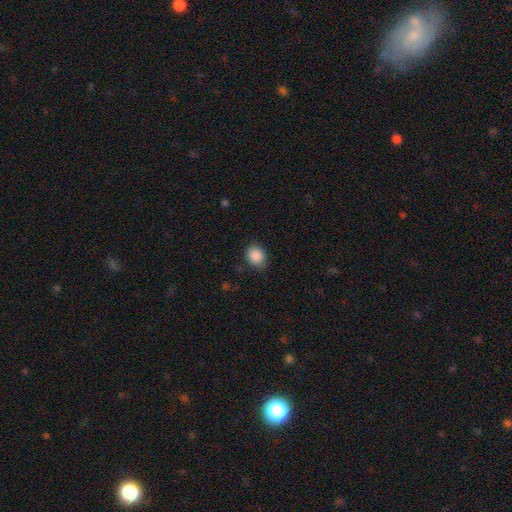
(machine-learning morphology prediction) This is clearly a smooth galaxy (88%). How rounded: likely round (62%). Merging: clearly none (83%).